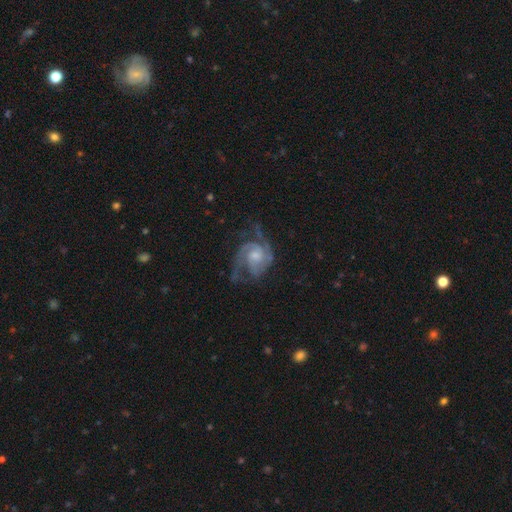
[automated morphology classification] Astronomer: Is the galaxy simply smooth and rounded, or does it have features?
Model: featured or disk — 86%.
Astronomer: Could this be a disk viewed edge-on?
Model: no — 98%.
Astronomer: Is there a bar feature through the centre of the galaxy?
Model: no — 66%.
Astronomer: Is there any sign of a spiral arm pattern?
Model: yes — 96%.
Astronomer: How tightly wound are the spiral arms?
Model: medium — 47% (runner-up: tight, 35%).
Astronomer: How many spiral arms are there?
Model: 2 — 61%.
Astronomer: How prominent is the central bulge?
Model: moderate — 47% (runner-up: small, 35%).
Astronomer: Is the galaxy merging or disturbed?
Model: none — 52%.